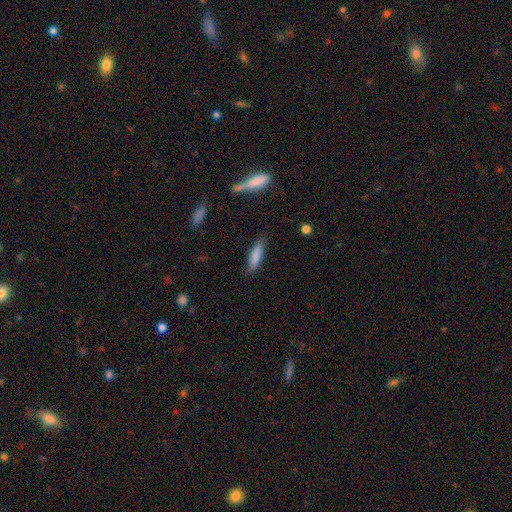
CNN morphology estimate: smooth_or_featured: smooth (p=0.82) [alt: featured or disk p=0.11]
how_rounded: cigar-shaped (p=0.71) [alt: in between p=0.27]
merging: none (p=0.82) [alt: minor disturbance p=0.14]